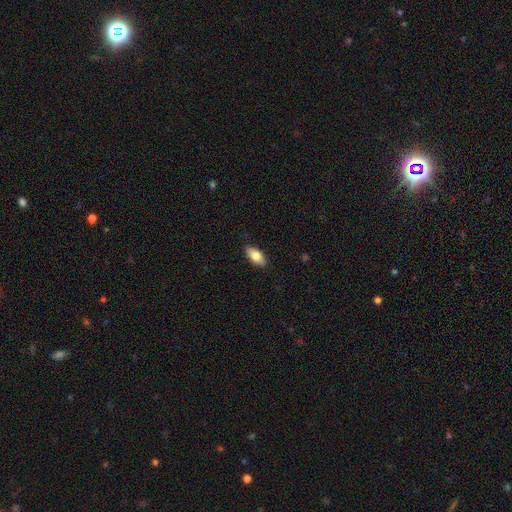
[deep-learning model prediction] smooth_or_featured: smooth (p=0.79) [alt: featured or disk p=0.15]
how_rounded: in between (p=0.89) [alt: cigar-shaped p=0.08]
merging: none (p=0.89) [alt: minor disturbance p=0.08]